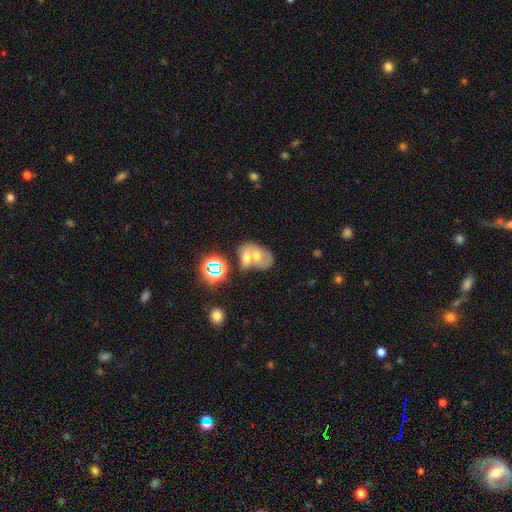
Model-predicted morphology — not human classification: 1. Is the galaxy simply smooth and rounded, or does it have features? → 42% smooth, 40% featured or disk, 18% star or artifact.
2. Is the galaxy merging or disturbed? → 58% merger, 26% none, 10% minor disturbance, 6% major disturbance.